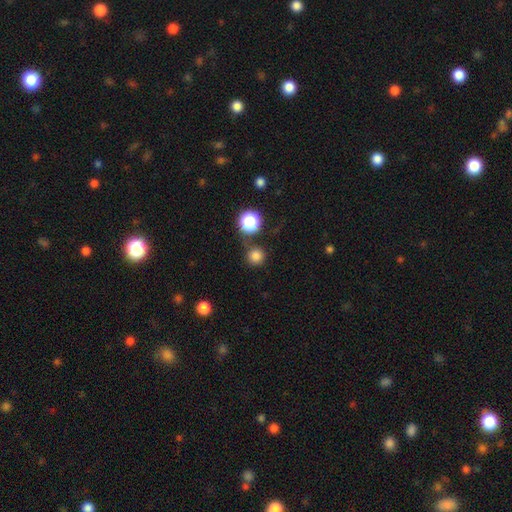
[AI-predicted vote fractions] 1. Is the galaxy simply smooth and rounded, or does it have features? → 79% smooth, 16% star or artifact, 5% featured or disk.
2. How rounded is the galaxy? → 94% round, 5% in between, 1% cigar-shaped.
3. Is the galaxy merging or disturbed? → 79% none, 10% minor disturbance, 8% merger, 3% major disturbance.